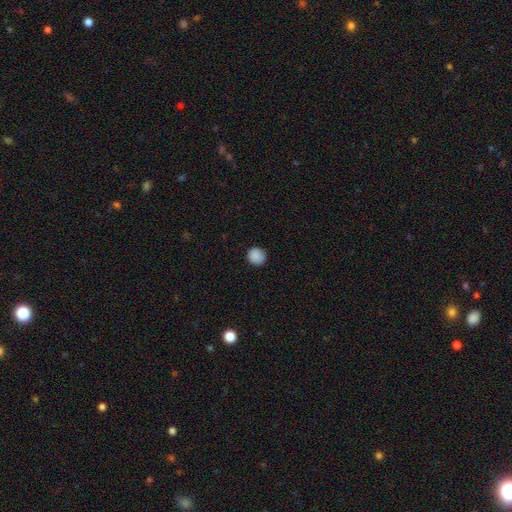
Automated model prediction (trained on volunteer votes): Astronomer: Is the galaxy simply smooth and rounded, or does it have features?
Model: smooth — 88%.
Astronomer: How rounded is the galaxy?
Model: round — 87%.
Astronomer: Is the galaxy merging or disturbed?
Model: none — 87%.